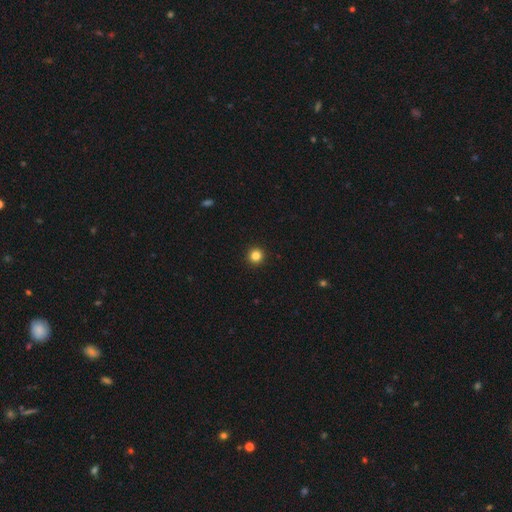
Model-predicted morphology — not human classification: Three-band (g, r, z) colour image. It shows a smooth galaxy with no disk features (84%) that is round (96%). Merging: none (94%).